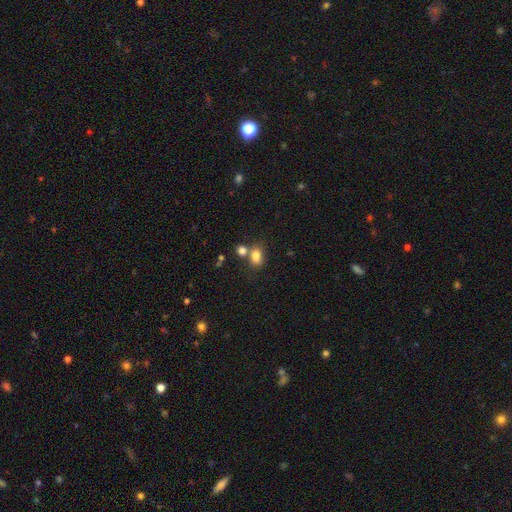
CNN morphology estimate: Smooth or featured?
  - smooth: 81% *
  - star or artifact: 12%
  - featured or disk: 8%
How rounded?
  - in between: 75% *
  - round: 23%
  - cigar-shaped: 2%
Merging?
  - none: 48% *
  - merger: 34%
  - minor disturbance: 13%
  - major disturbance: 5%